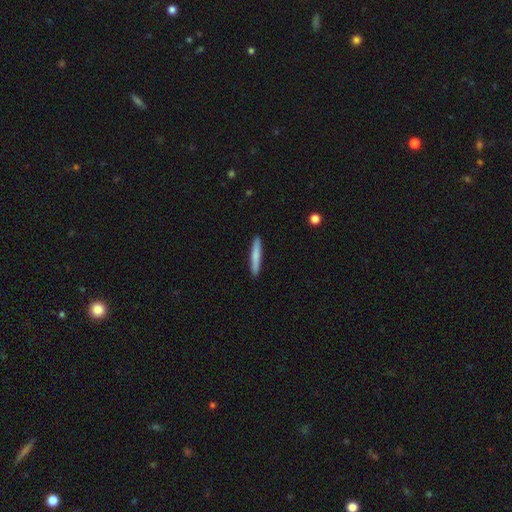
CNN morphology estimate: Overall: smooth (74%). How rounded: cigar-shaped (95%). Merging: none (92%).